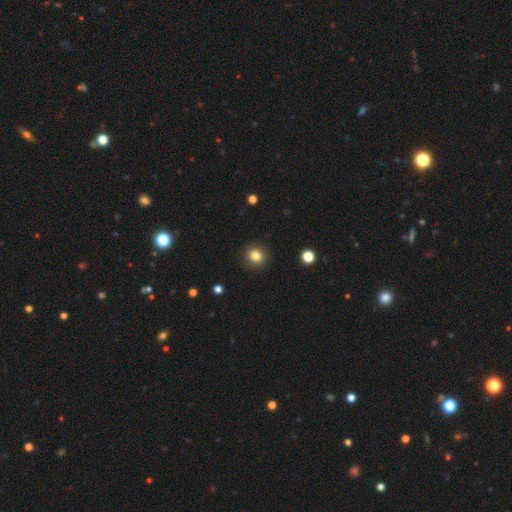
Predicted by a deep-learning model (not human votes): The model was most divided on "smooth or featured": smooth: 82%, star or artifact: 11%, featured or disk: 6%. More confident: merging — none (91%); how rounded — round (88%).